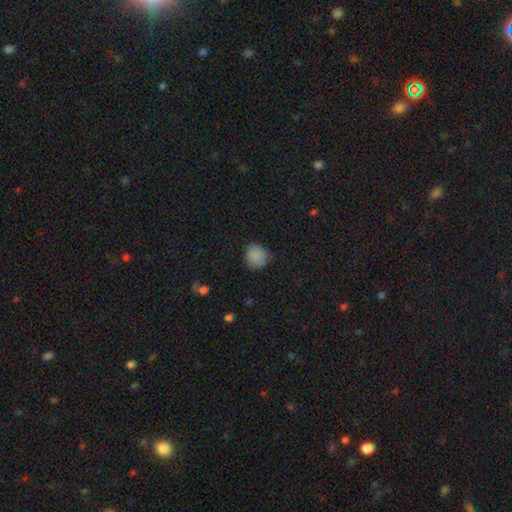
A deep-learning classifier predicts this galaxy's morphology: Smooth or featured?
  - smooth: 86% *
  - star or artifact: 9%
  - featured or disk: 5%
How rounded?
  - round: 86% *
  - in between: 13%
  - cigar-shaped: 1%
Merging?
  - none: 80% *
  - minor disturbance: 15%
  - major disturbance: 3%
  - merger: 1%